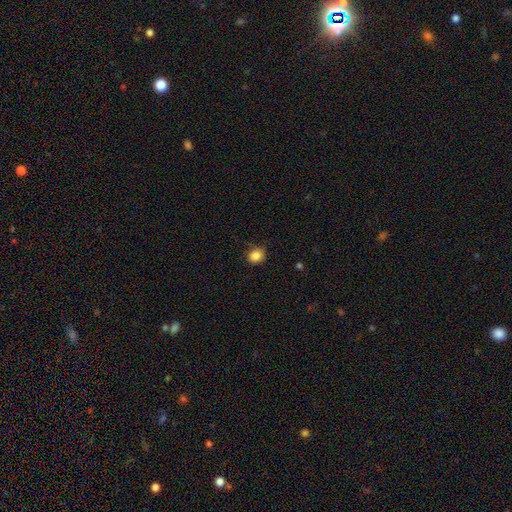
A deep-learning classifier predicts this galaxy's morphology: This appears to be a smooth galaxy with no disk features (85%) that is round (76%). Merging: none (80%).